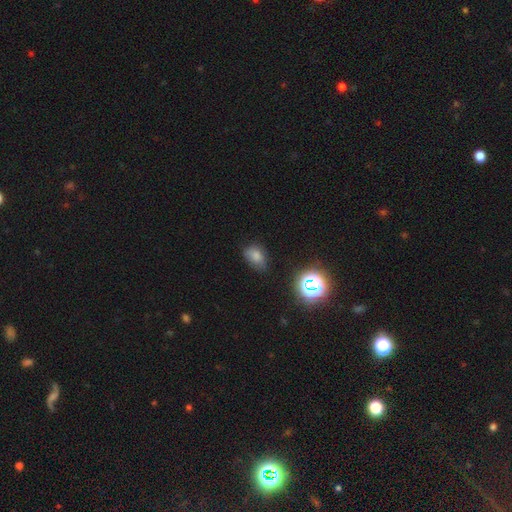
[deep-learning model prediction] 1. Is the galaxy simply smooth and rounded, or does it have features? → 72% smooth, 18% star or artifact, 10% featured or disk.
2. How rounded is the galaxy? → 77% in between, 21% round, 1% cigar-shaped.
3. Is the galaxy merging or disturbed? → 58% none, 31% minor disturbance, 8% major disturbance, 2% merger.